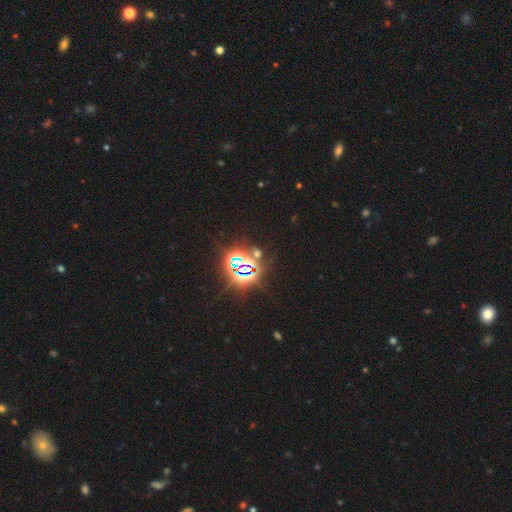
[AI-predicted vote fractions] Q: Smooth or featured?
A: star or artifact (82%); runner-up: smooth (10%)